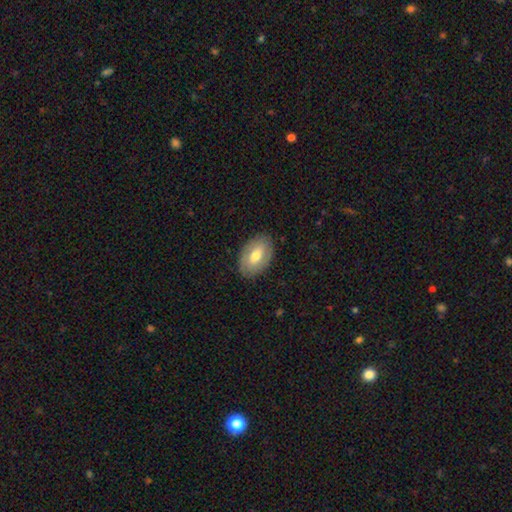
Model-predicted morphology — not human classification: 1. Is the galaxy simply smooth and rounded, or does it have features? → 59% smooth, 35% featured or disk, 6% star or artifact.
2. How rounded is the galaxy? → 89% in between, 9% round, 1% cigar-shaped.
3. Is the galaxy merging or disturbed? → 85% none, 11% minor disturbance, 3% major disturbance, 1% merger.